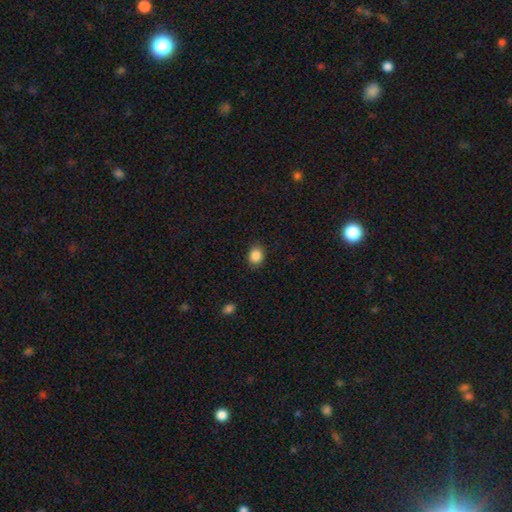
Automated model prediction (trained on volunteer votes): smooth-or-featured: smooth: 87% | star or artifact: 9% | featured or disk: 4%
  how-rounded: round: 55% | in between: 44% | cigar-shaped: 1%
  merging: none: 87% | minor disturbance: 9% | major disturbance: 3% | merger: 1%